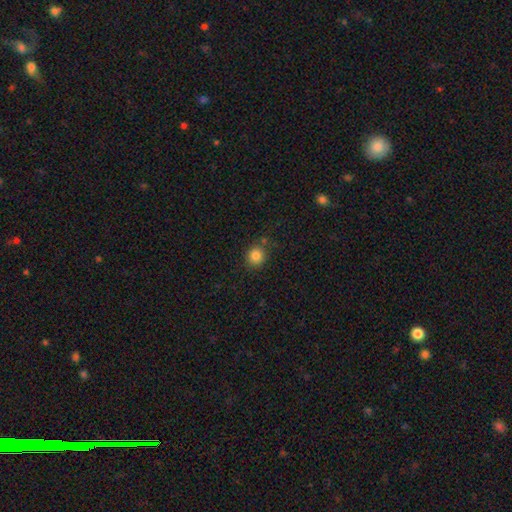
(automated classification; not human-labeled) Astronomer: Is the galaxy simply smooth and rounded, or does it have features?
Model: smooth — 83%.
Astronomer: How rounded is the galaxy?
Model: round — 88%.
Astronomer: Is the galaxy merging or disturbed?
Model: none — 79%.